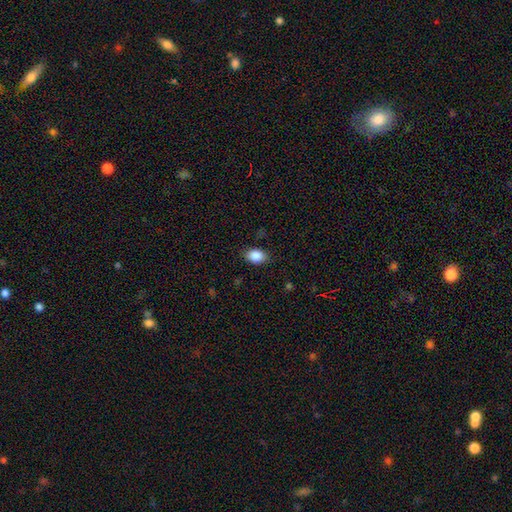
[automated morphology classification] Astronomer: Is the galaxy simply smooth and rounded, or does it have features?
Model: smooth — 88%.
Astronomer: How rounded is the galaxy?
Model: in between — 83%.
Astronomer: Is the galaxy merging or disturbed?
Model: none — 84%.